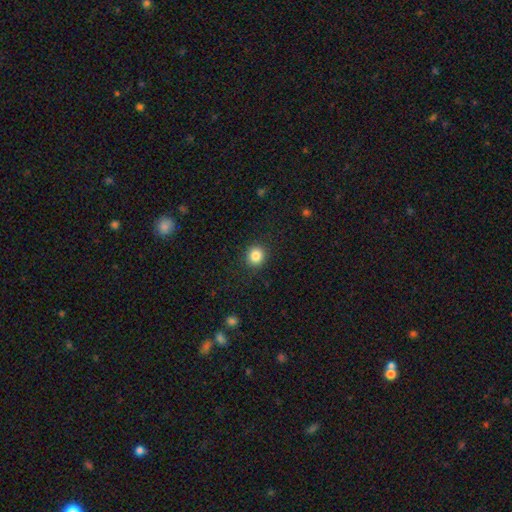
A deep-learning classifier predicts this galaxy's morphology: A smooth galaxy with no disk features (85%) that is round (87%).

Vote fractions:
- Smooth or featured? smooth: 85% / star or artifact: 11% / featured or disk: 5%
- How rounded? round: 87% / in between: 12% / cigar-shaped: 1%
- Merging? none: 90% / minor disturbance: 6% / major disturbance: 2% / merger: 1%